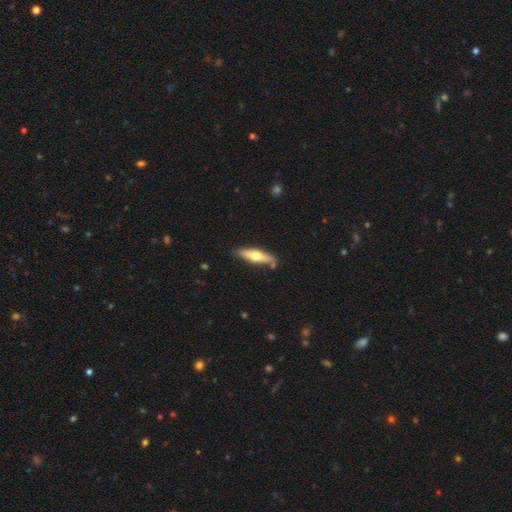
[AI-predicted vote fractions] smooth_or_featured: featured or disk (p=0.50) [alt: smooth p=0.45]
merging: none (p=0.82) [alt: minor disturbance p=0.12]